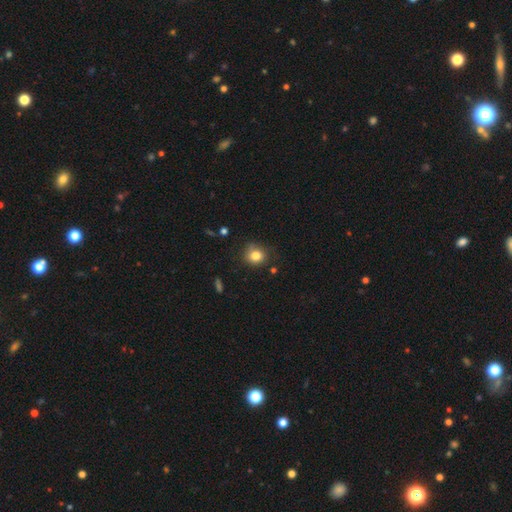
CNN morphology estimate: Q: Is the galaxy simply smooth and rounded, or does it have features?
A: smooth — 81%.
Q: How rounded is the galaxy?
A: round — 74%.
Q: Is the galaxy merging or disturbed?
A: none — 71%.